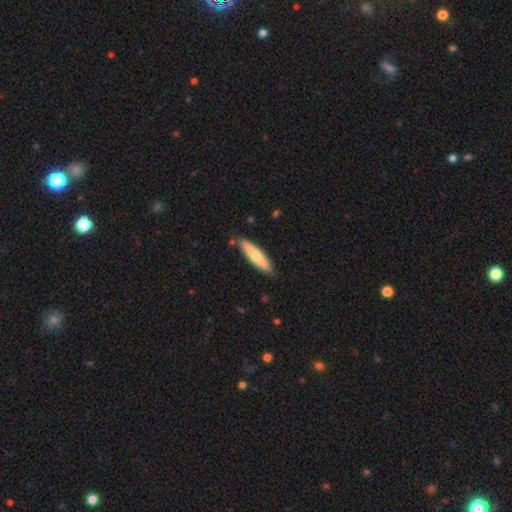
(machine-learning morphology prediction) smooth_or_featured: smooth (p=0.68) [alt: featured or disk p=0.27]
how_rounded: cigar-shaped (p=0.74) [alt: in between p=0.24]
merging: none (p=0.86) [alt: minor disturbance p=0.10]